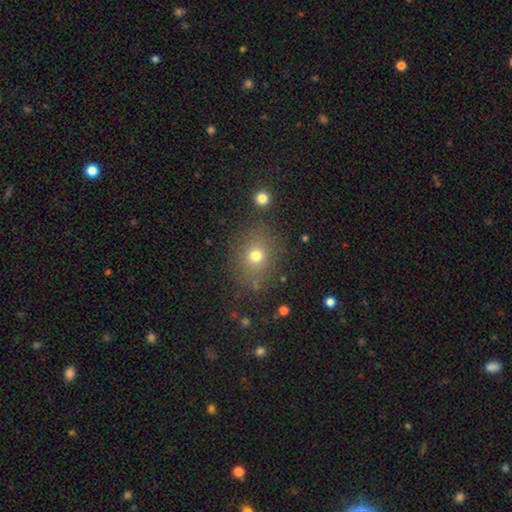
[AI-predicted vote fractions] Smooth or featured? Predicted: smooth (p=0.71). How rounded? Predicted: round (p=0.65). Merging? Predicted: none (p=0.82).